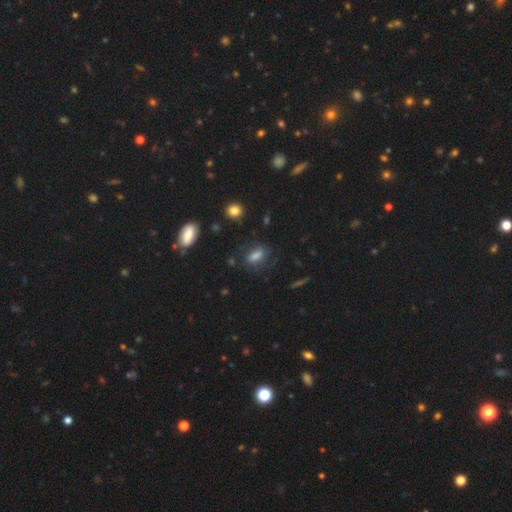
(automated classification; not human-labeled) smooth_or_featured: smooth (p=0.66) [alt: featured or disk p=0.19]
how_rounded: in between (p=0.76) [alt: cigar-shaped p=0.13]
merging: none (p=0.67) [alt: minor disturbance p=0.20]